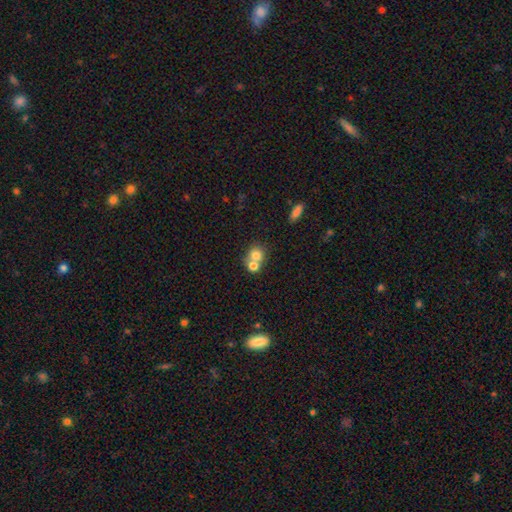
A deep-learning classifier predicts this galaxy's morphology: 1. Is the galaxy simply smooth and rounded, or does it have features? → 74% smooth, 15% featured or disk, 10% star or artifact.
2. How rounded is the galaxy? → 79% round, 20% in between, 1% cigar-shaped.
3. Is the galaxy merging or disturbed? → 59% merger, 33% none, 6% minor disturbance, 3% major disturbance.